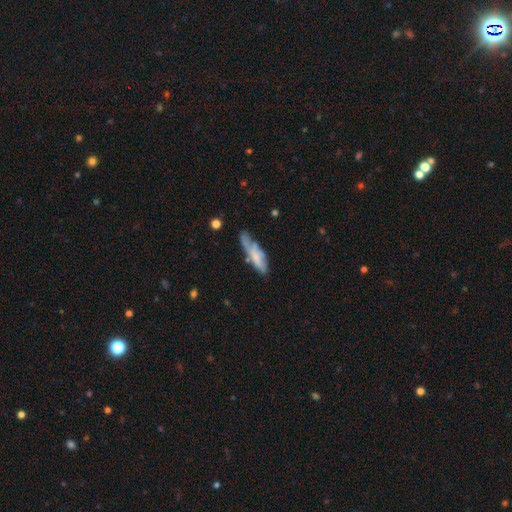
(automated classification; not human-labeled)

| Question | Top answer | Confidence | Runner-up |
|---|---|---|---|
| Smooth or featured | smooth | 58% | featured or disk (35%) |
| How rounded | cigar-shaped | 61% | in between (38%) |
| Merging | none | 46% | minor disturbance (32%) |